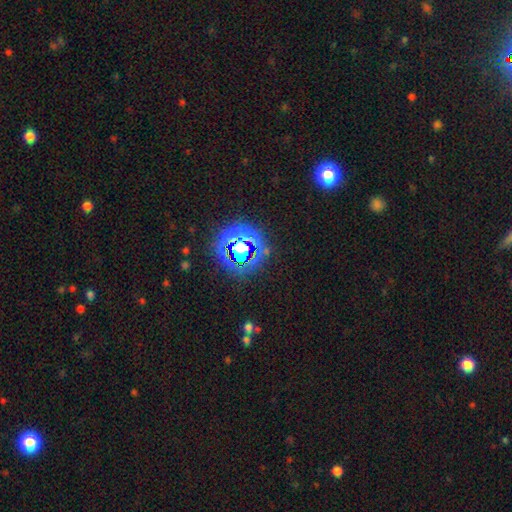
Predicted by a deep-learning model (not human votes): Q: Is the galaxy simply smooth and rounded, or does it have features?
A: star or artifact — 81%.